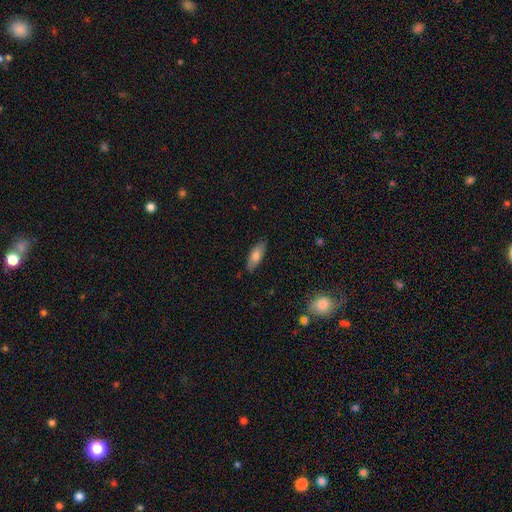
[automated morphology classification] type=smooth (73%); roundness=in between (73%); merging=none (86%).